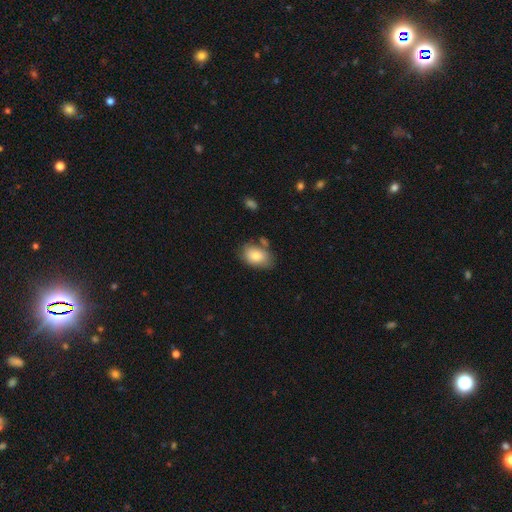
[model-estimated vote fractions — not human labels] smooth-or-featured: smooth: 79% | featured or disk: 14% | star or artifact: 8%
  how-rounded: in between: 85% | round: 14% | cigar-shaped: 1%
  merging: none: 67% | minor disturbance: 19% | merger: 9% | major disturbance: 5%